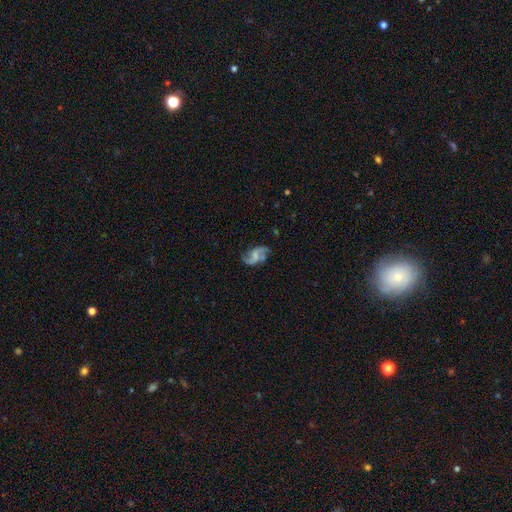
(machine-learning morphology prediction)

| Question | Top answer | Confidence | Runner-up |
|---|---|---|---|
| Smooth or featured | featured or disk | 76% | smooth (16%) |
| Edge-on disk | no | 97% | yes (3%) |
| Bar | weak | 46% | no (39%) |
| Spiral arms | yes | 92% | no (8%) |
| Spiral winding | loose | 67% | medium (27%) |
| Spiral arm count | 2 | 86% | can't tell (5%) |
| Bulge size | none | 38% | small (35%) |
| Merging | none | 63% | minor disturbance (21%) |